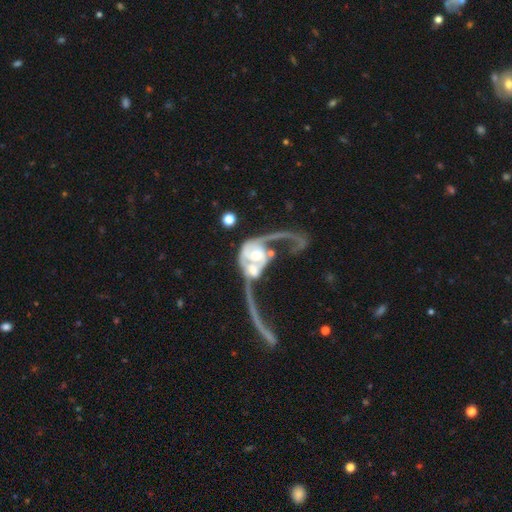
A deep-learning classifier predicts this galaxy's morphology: Q: Smooth or featured?
A: featured or disk (78%); runner-up: smooth (16%)
Q: Edge-on disk?
A: no (94%); runner-up: yes (6%)
Q: Bar?
A: no (71%); runner-up: weak (21%)
Q: Spiral arms?
A: yes (76%); runner-up: no (24%)
Q: Spiral winding?
A: loose (72%); runner-up: medium (18%)
Q: Spiral arm count?
A: 2 (44%); runner-up: 1 (38%)
Q: Bulge size?
A: moderate (56%); runner-up: small (20%)
Q: Merging?
A: merger (66%); runner-up: major disturbance (21%)